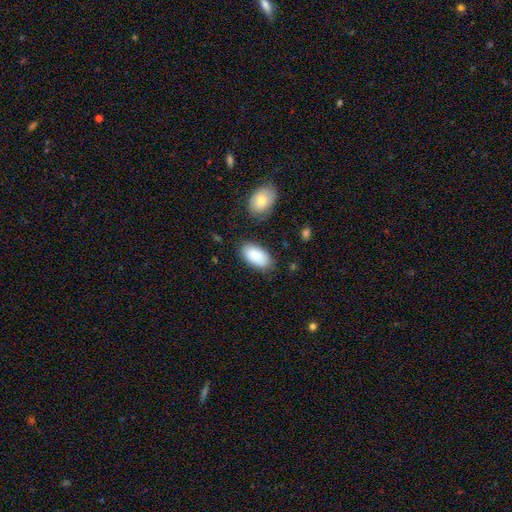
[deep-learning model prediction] Smooth or featured?
  - smooth: 88% *
  - star or artifact: 6%
  - featured or disk: 6%
How rounded?
  - in between: 95% *
  - round: 3%
  - cigar-shaped: 2%
Merging?
  - none: 79% *
  - minor disturbance: 13%
  - merger: 4%
  - major disturbance: 4%